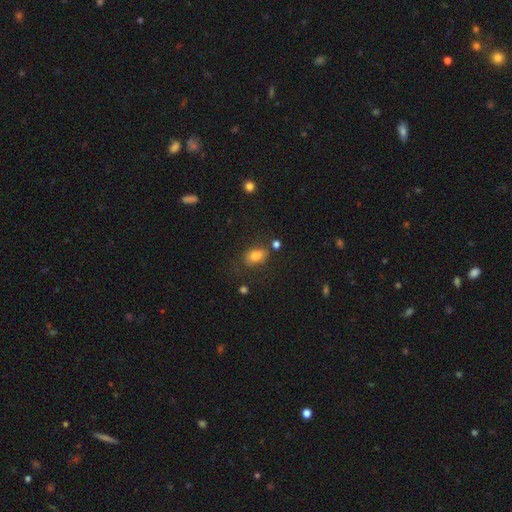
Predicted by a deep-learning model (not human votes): A smooth galaxy with no disk features (81%) that is in between round and cigar-shaped (84%). Merging: none (62%).